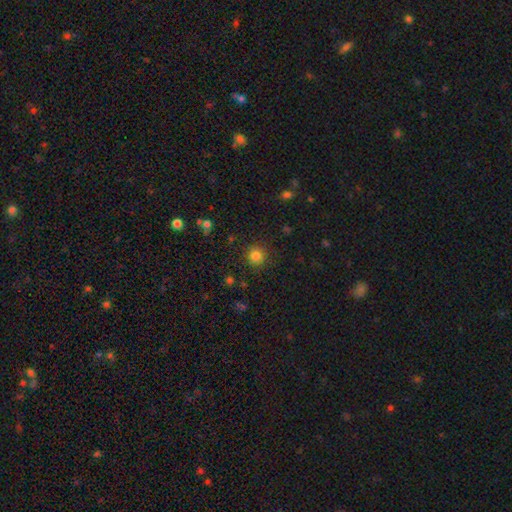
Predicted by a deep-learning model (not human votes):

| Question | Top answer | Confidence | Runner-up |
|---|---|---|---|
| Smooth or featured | smooth | 82% | star or artifact (14%) |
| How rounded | round | 92% | in between (7%) |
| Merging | none | 89% | minor disturbance (7%) |